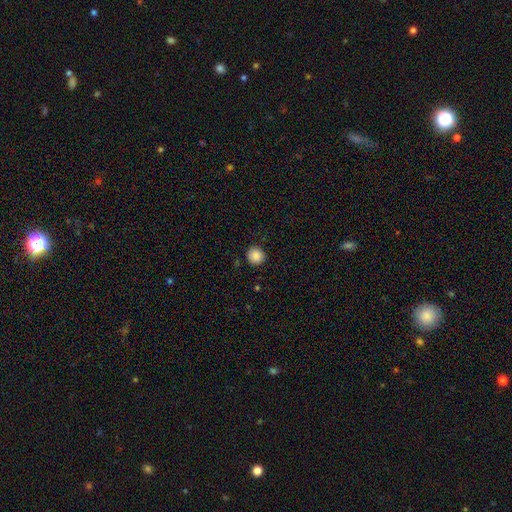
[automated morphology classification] Smooth or featured? Predicted: smooth (p=0.88). How rounded? Predicted: round (p=0.92). Merging? Predicted: none (p=0.90).